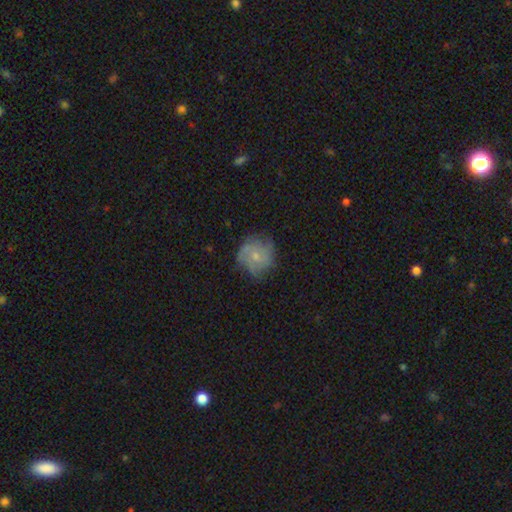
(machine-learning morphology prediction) A featured or disk galaxy (50%).

Vote fractions:
- Smooth or featured? featured or disk: 50% / smooth: 42% / star or artifact: 8%
- Merging? none: 63% / minor disturbance: 26% / major disturbance: 10% / merger: 1%